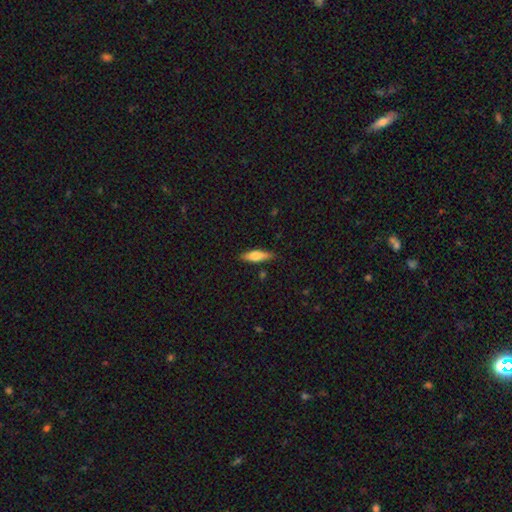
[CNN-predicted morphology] Smooth or featured?
  - smooth: 66% *
  - featured or disk: 28%
  - star or artifact: 6%
How rounded?
  - cigar-shaped: 58% *
  - in between: 40%
  - round: 2%
Merging?
  - none: 83% *
  - minor disturbance: 13%
  - major disturbance: 2%
  - merger: 2%